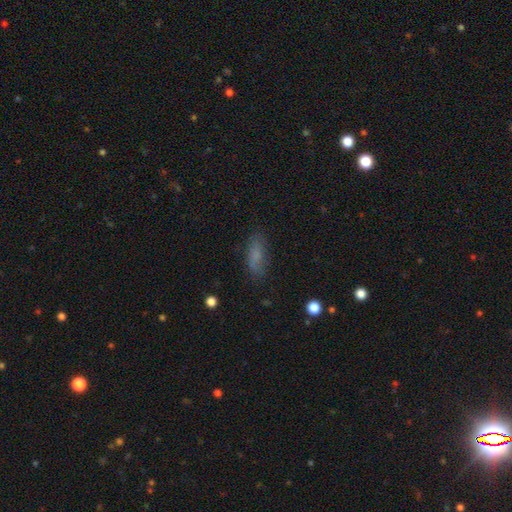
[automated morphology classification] Overall: smooth (73%). How rounded: in between (71%). Merging: none (75%).